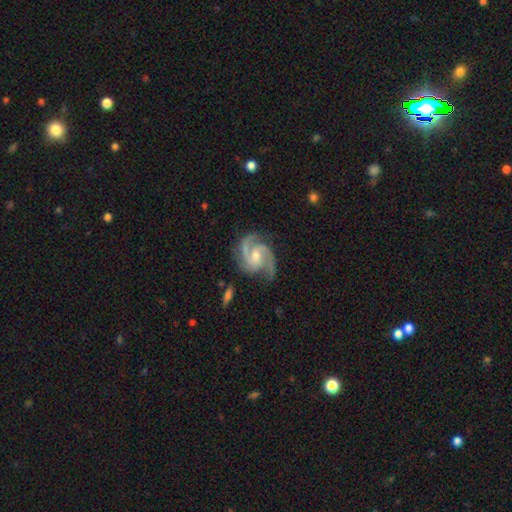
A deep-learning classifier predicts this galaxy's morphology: smooth_or_featured: featured or disk (p=0.93) [alt: star or artifact p=0.04]
disk_edge_on: no (p=0.98) [alt: yes p=0.02]
bar: no (p=0.51) [alt: weak p=0.38]
has_spiral_arms: yes (p=0.99) [alt: no p=0.01]
spiral_winding: medium (p=0.56) [alt: tight p=0.34]
spiral_arm_count: 3 (p=0.46) [alt: 2 p=0.40]
bulge_size: moderate (p=0.53) [alt: small p=0.43]
merging: none (p=0.72) [alt: minor disturbance p=0.19]